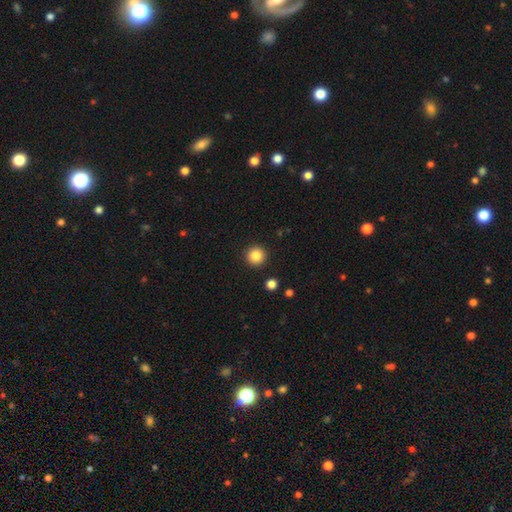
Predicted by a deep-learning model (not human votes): This appears to be a smooth galaxy with no disk features (86%) that is round (96%). Merging: none (92%).